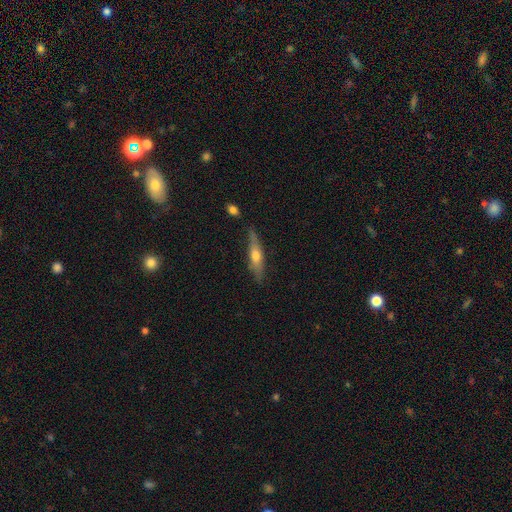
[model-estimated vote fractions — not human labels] The model was most divided on "smooth or featured": featured or disk: 50%, smooth: 44%, star or artifact: 6%. More confident: edge-on disk — yes (88%); merging — none (76%).